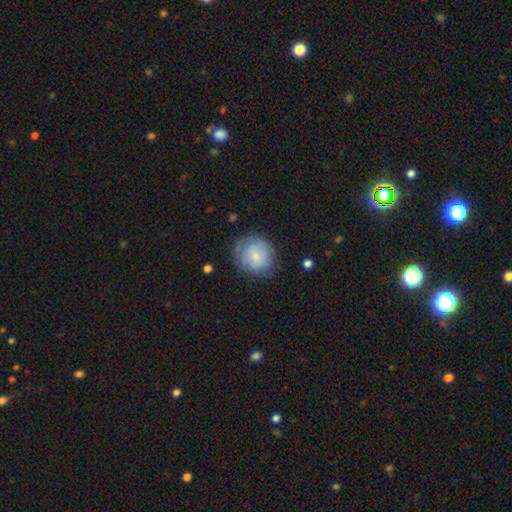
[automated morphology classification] The model was most divided on "smooth or featured": smooth: 68%, featured or disk: 25%, star or artifact: 7%. More confident: how rounded — round (83%); merging — none (71%).